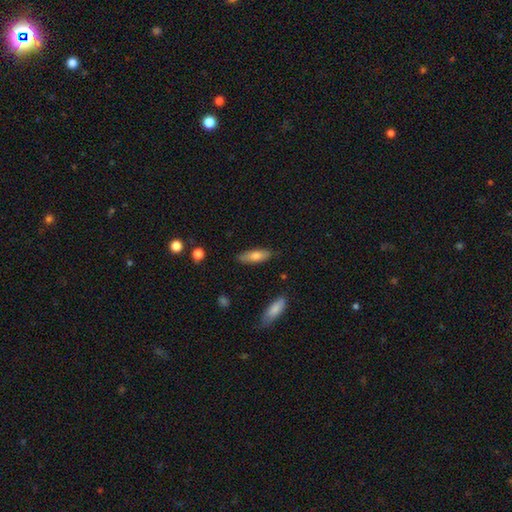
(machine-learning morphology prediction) This is likely a smooth galaxy (74%). How rounded: possibly in between (52%). Merging: clearly none (83%).